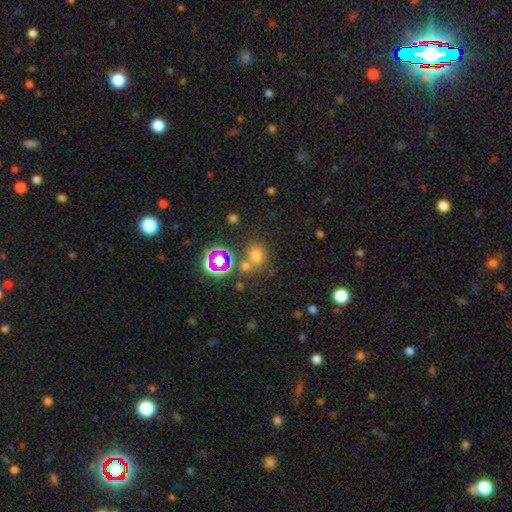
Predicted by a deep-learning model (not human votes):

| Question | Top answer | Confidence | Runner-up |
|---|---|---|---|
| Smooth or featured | smooth | 63% | star or artifact (29%) |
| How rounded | round | 69% | in between (29%) |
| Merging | none | 58% | merger (26%) |